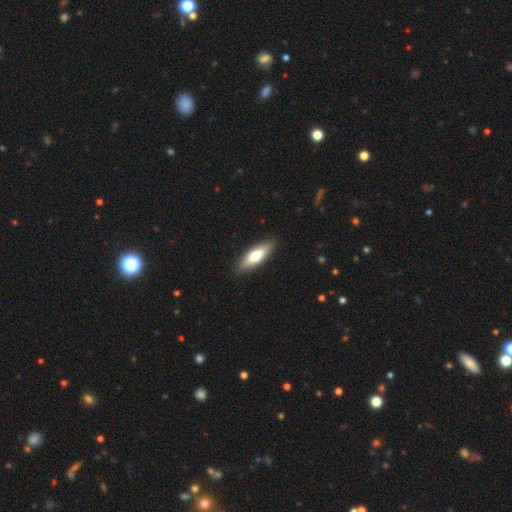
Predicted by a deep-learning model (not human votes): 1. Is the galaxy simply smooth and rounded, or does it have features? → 64% smooth, 30% featured or disk, 6% star or artifact.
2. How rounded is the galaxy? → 51% in between, 47% cigar-shaped, 2% round.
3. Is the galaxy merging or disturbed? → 89% none, 8% minor disturbance, 2% major disturbance, 1% merger.